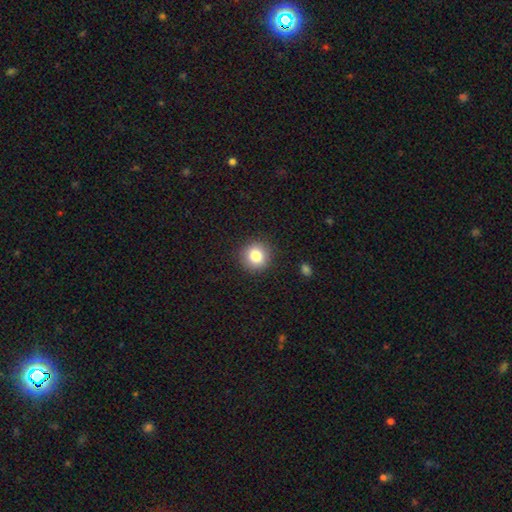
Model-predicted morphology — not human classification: smooth_or_featured: smooth (p=0.83) [alt: star or artifact p=0.10]
how_rounded: round (p=0.93) [alt: in between p=0.06]
merging: none (p=0.91) [alt: minor disturbance p=0.06]